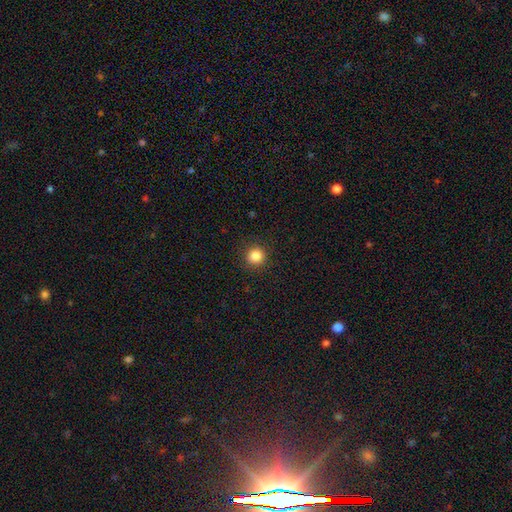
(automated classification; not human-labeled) This appears to be a smooth galaxy with no disk features (85%) that is round (94%). Merging: none (91%).